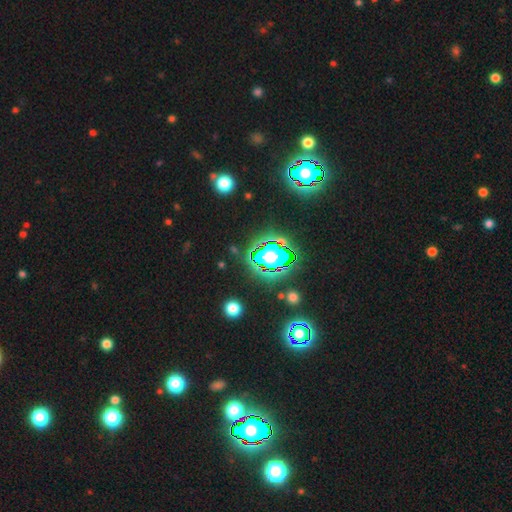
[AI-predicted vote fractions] A star or artifact, not a galaxy (78%).